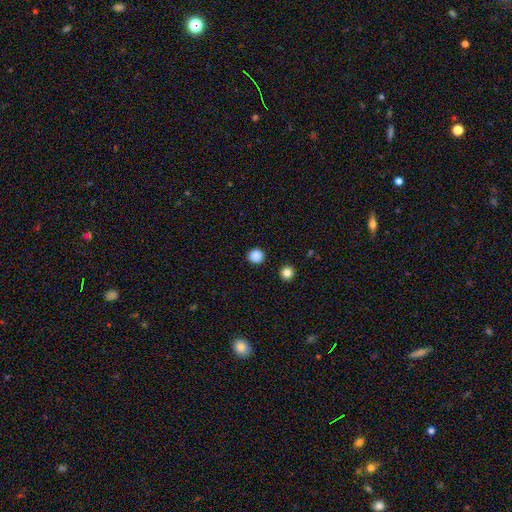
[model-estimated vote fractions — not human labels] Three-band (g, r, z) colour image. It shows a smooth galaxy with no disk features (87%) that is round (94%). Merging: none (92%).